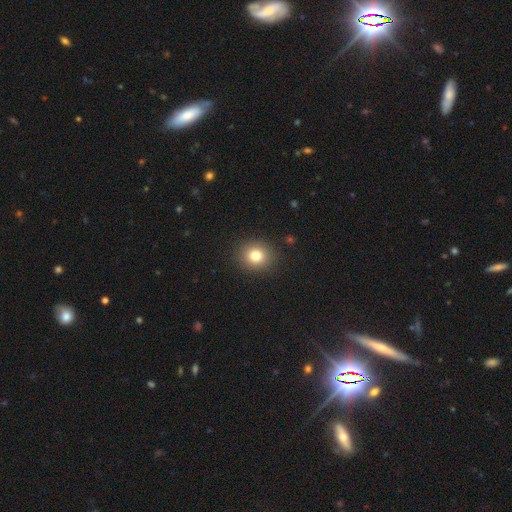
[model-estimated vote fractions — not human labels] smooth-or-featured: smooth: 79% | star or artifact: 12% | featured or disk: 8%
  how-rounded: round: 83% | in between: 16% | cigar-shaped: 1%
  merging: none: 90% | minor disturbance: 6% | major disturbance: 2% | merger: 1%